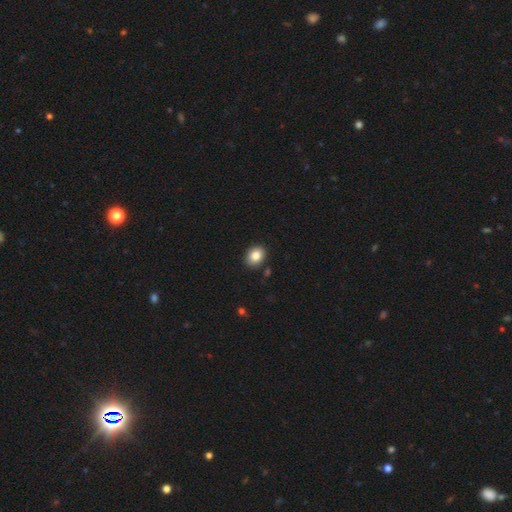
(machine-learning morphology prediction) Smooth or featured? Predicted: smooth (p=0.85). How rounded? Predicted: in between (p=0.60). Merging? Predicted: none (p=0.88).